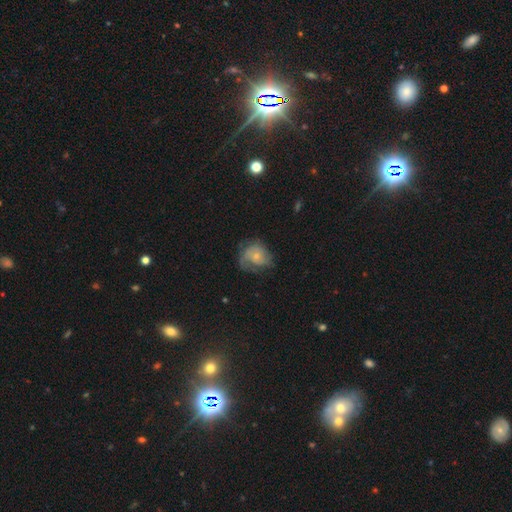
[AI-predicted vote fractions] The model was most divided on "smooth or featured": featured or disk: 50%, smooth: 42%, star or artifact: 8%. Remaining: merging — none (45%).